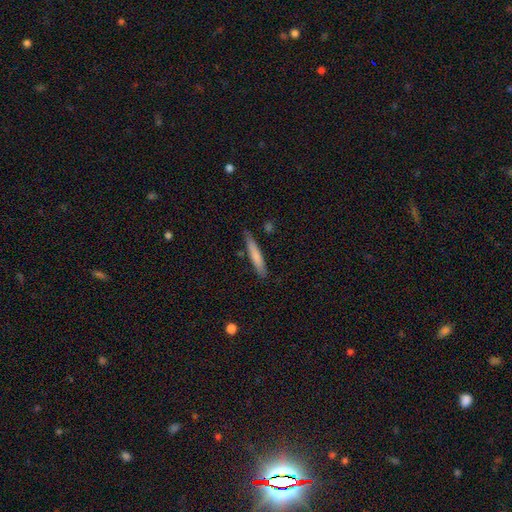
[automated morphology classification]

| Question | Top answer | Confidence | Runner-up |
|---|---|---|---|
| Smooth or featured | smooth | 73% | featured or disk (21%) |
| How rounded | cigar-shaped | 93% | in between (6%) |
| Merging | none | 80% | minor disturbance (15%) |